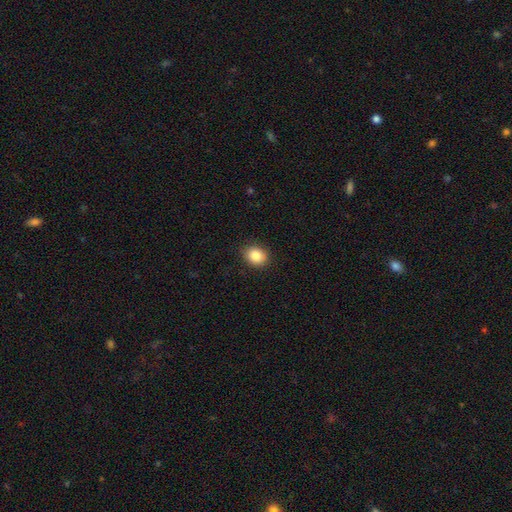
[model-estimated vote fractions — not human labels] smooth 86%, star or artifact 9%, featured or disk 5%. Down the decision tree: how rounded — in between (50%); merging — none (87%).